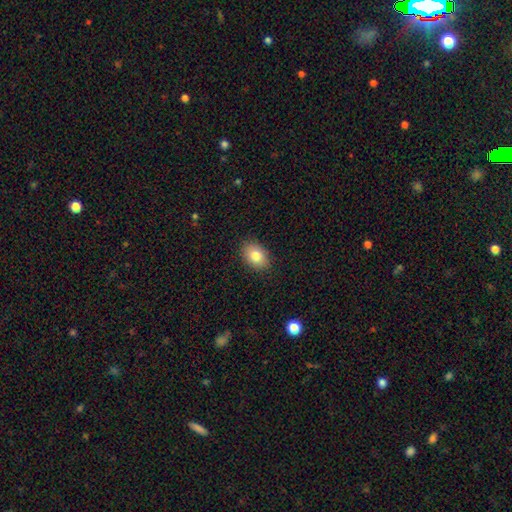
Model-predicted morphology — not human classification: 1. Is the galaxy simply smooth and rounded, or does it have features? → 81% smooth, 10% featured or disk, 9% star or artifact.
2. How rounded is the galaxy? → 76% in between, 23% round, 1% cigar-shaped.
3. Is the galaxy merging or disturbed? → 88% none, 9% minor disturbance, 2% major disturbance, 1% merger.